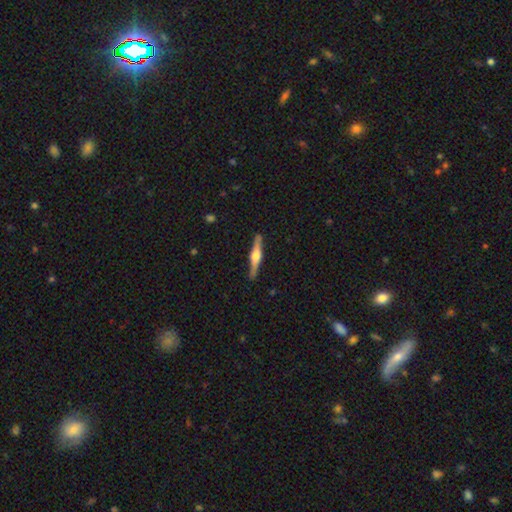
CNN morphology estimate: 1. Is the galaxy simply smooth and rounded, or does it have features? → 76% featured or disk, 19% smooth, 5% star or artifact.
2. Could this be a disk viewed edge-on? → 98% yes, 2% no.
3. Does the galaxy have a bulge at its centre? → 93% rounded, 5% boxy, 2% none.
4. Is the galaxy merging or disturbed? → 91% none, 7% minor disturbance, 1% major disturbance, 1% merger.